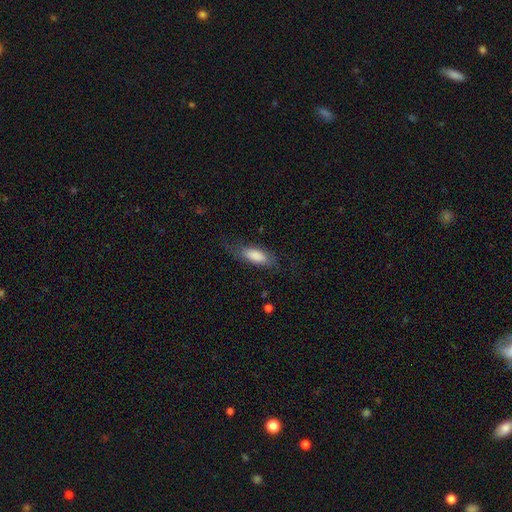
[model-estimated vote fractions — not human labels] This is likely a smooth galaxy (78%). How rounded: likely in between (71%). Merging: likely none (66%).